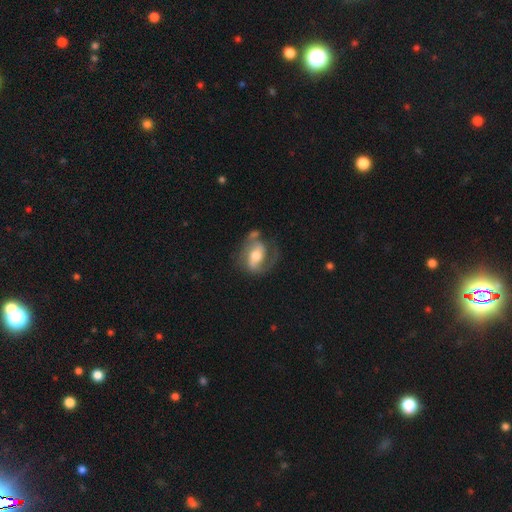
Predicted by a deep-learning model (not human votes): This is likely a featured or disk galaxy (76%). It is clearly not viewed edge-on (96%). Bar: marginally weak (40%). Spiral arm pattern: clearly yes (87%). Spiral arm count: likely 2 (72%). Spiral winding: possibly medium (48%). Central bulge: likely moderate (66%). Merging: possibly none (52%).